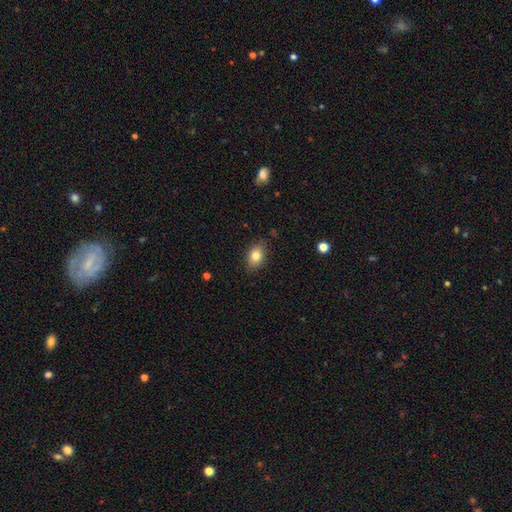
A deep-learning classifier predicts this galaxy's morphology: Smooth or featured: smooth — 82% (featured or disk — 10%)
How rounded: in between — 80% (round — 19%)
Merging: none — 84% (minor disturbance — 12%)